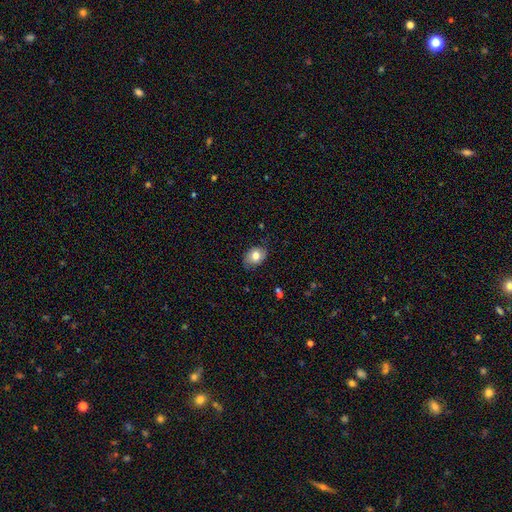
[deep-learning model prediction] smooth-or-featured: smooth: 75% | featured or disk: 18% | star or artifact: 8%
  how-rounded: in between: 73% | round: 26% | cigar-shaped: 1%
  merging: none: 75% | minor disturbance: 20% | major disturbance: 4% | merger: 1%